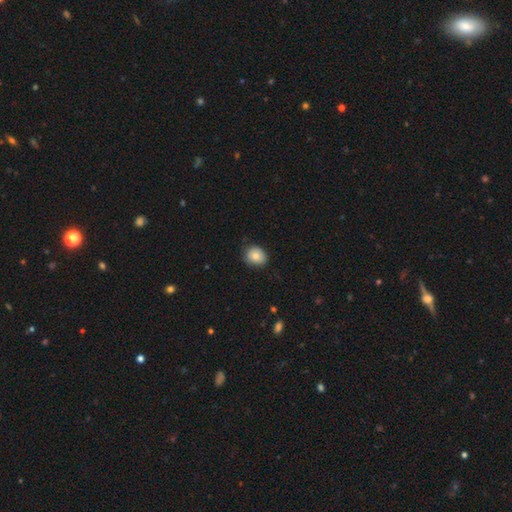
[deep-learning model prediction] This appears to be a smooth galaxy with no disk features (84%) that is round (61%). Merging: none (77%).